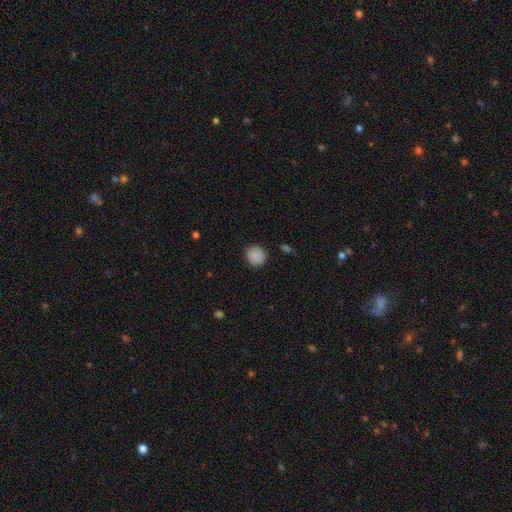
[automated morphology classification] smooth_or_featured: smooth (p=0.86) [alt: star or artifact p=0.09]
how_rounded: round (p=0.91) [alt: in between p=0.08]
merging: none (p=0.86) [alt: minor disturbance p=0.10]